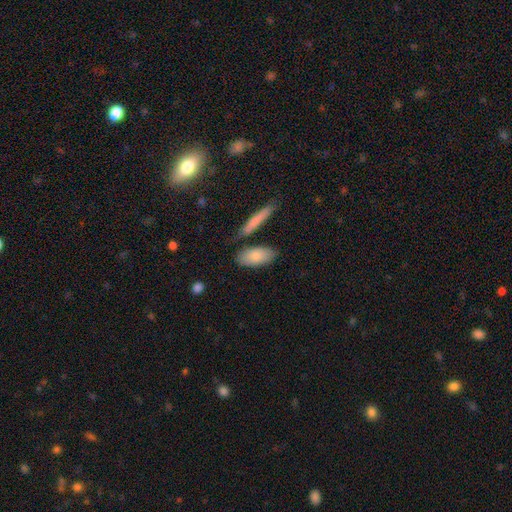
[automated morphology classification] A smooth galaxy with no disk features (81%) that is in between round and cigar-shaped (86%).

Vote fractions:
- Smooth or featured? smooth: 81% / featured or disk: 13% / star or artifact: 5%
- How rounded? in between: 86% / cigar-shaped: 11% / round: 3%
- Merging? none: 73% / minor disturbance: 14% / merger: 10% / major disturbance: 4%